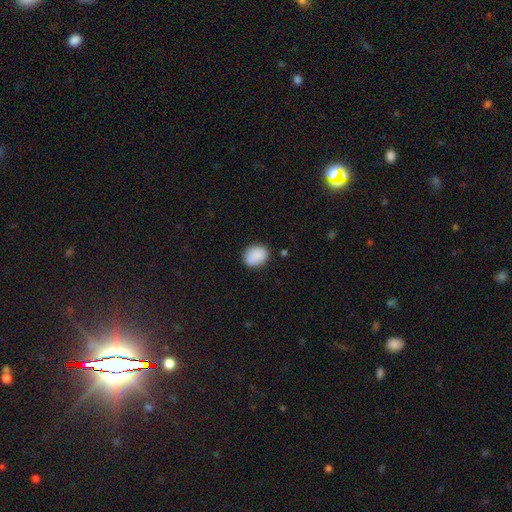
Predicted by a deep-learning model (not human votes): smooth 89%, star or artifact 7%, featured or disk 4%. Down the decision tree: how rounded — in between (58%); merging — none (84%).